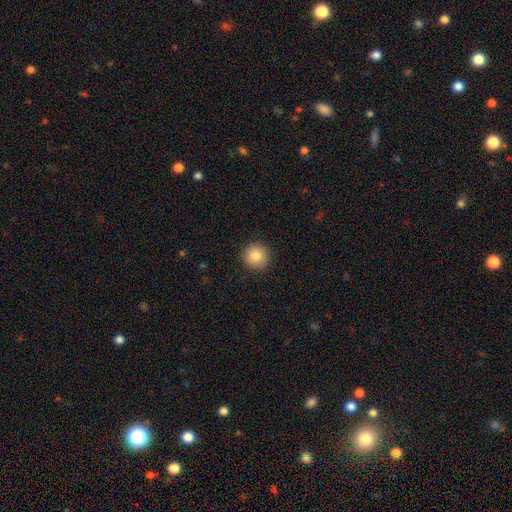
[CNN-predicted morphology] Smooth or featured?
  - smooth: 84% *
  - star or artifact: 9%
  - featured or disk: 7%
How rounded?
  - round: 95% *
  - in between: 4%
  - cigar-shaped: 1%
Merging?
  - none: 91% *
  - minor disturbance: 6%
  - major disturbance: 2%
  - merger: 1%